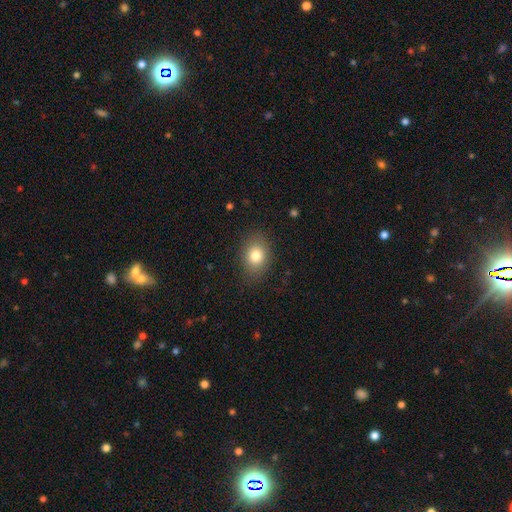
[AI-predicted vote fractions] Q: Smooth or featured?
A: smooth (81%); runner-up: star or artifact (10%)
Q: How rounded?
A: in between (62%); runner-up: round (37%)
Q: Merging?
A: none (84%); runner-up: minor disturbance (11%)